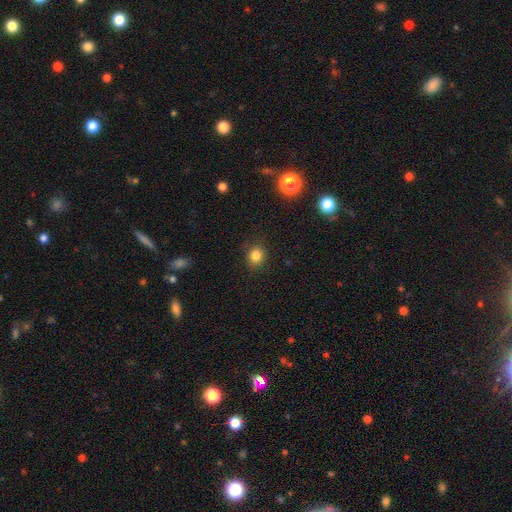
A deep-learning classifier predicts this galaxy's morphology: The model was most divided on "how rounded": round: 79%, in between: 20%, cigar-shaped: 1%. More confident: merging — none (88%); smooth or featured — smooth (83%).